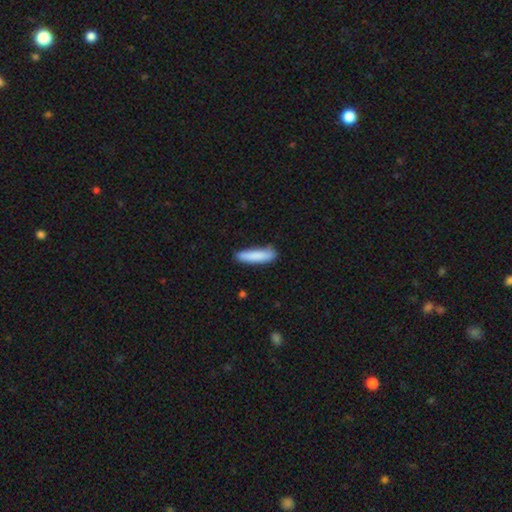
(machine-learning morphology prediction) Overall: smooth (86%). How rounded: cigar-shaped (79%). Merging: none (78%).